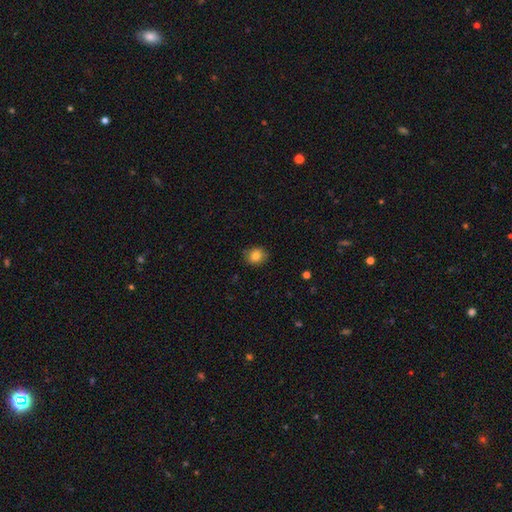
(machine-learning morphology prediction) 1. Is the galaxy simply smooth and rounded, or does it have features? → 83% smooth, 10% star or artifact, 7% featured or disk.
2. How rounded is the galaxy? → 74% round, 25% in between, 1% cigar-shaped.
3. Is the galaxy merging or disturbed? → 86% none, 10% minor disturbance, 2% major disturbance, 1% merger.